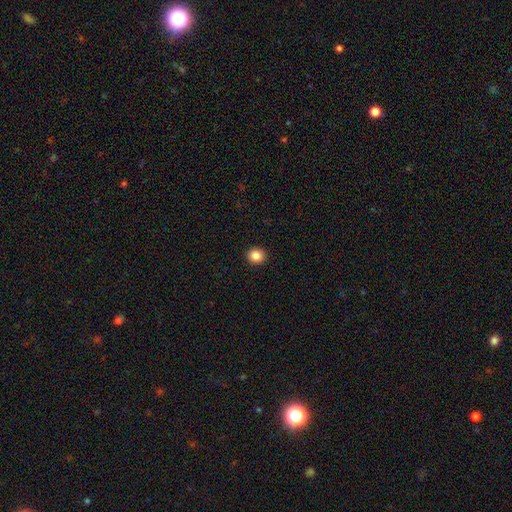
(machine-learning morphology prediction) smooth 86%, star or artifact 10%, featured or disk 4%. Down the decision tree: how rounded — round (80%); merging — none (93%).